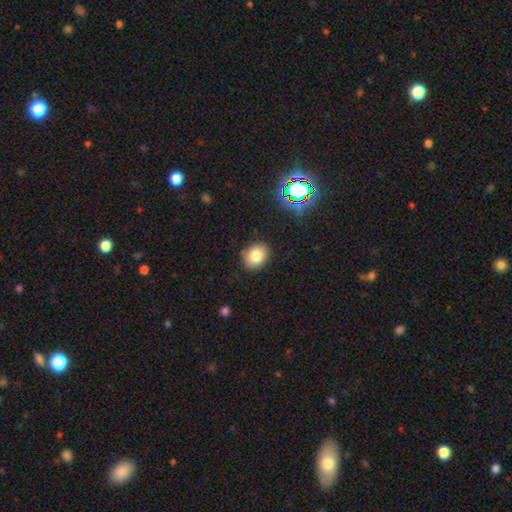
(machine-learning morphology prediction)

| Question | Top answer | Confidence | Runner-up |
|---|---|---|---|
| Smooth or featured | smooth | 80% | star or artifact (12%) |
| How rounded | round | 60% | in between (39%) |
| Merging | none | 84% | minor disturbance (12%) |